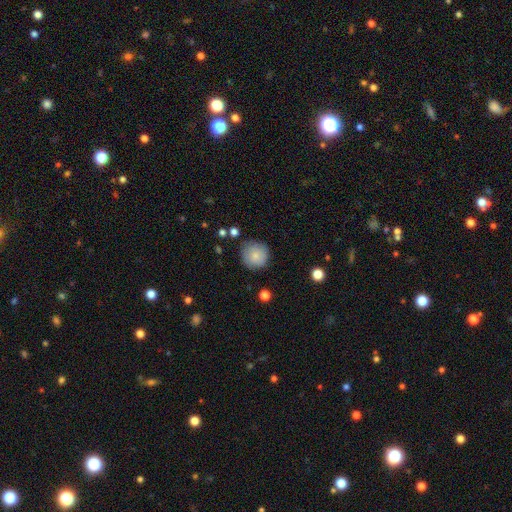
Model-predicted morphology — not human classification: A smooth galaxy with no disk features (79%) that is round (93%).

Vote fractions:
- Smooth or featured? smooth: 79% / featured or disk: 13% / star or artifact: 8%
- How rounded? round: 93% / in between: 6% / cigar-shaped: 1%
- Merging? none: 79% / minor disturbance: 15% / major disturbance: 4% / merger: 2%